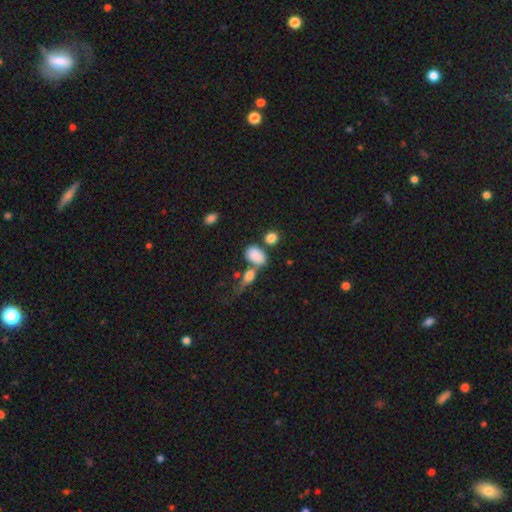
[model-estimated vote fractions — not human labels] Smooth or featured: smooth — 83% (featured or disk — 9%)
How rounded: in between — 85% (round — 13%)
Merging: none — 41% (merger — 34%)